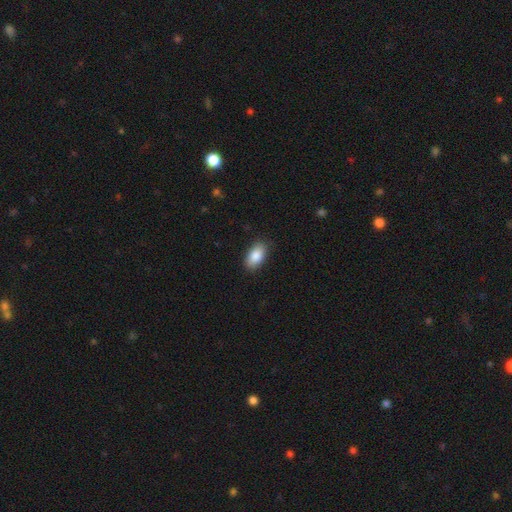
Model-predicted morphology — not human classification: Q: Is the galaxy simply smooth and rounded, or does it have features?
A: smooth — 86%.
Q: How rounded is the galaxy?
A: in between — 93%.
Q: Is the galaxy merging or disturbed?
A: none — 87%.